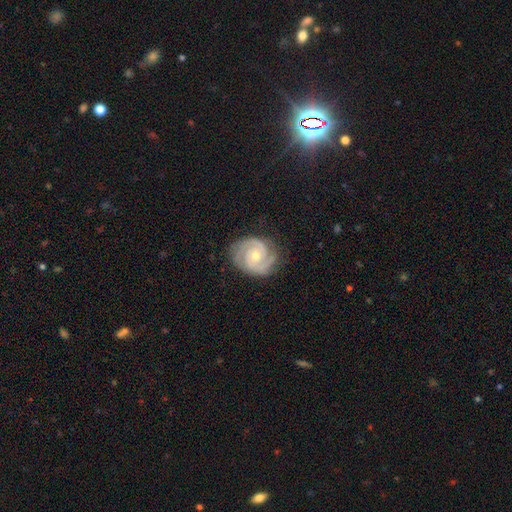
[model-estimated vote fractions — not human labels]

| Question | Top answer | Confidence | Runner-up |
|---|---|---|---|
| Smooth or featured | featured or disk | 90% | smooth (6%) |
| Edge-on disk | no | 98% | yes (2%) |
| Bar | no | 69% | weak (25%) |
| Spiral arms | yes | 98% | no (2%) |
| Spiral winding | tight | 67% | medium (29%) |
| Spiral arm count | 2 | 65% | 3 (20%) |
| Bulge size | moderate | 53% | small (44%) |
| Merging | none | 79% | minor disturbance (15%) |